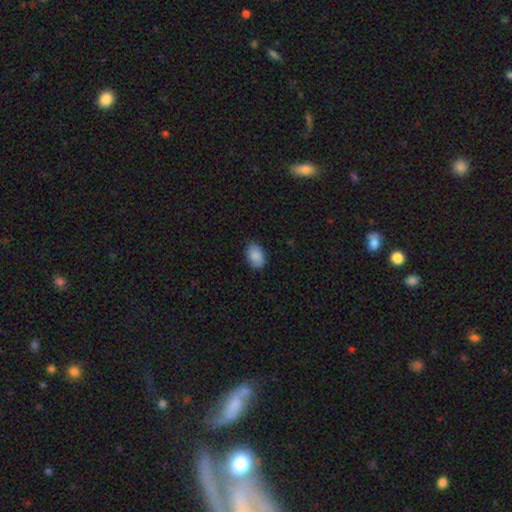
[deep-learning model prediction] This is clearly a smooth galaxy (89%). How rounded: clearly in between (90%). Merging: clearly none (87%).